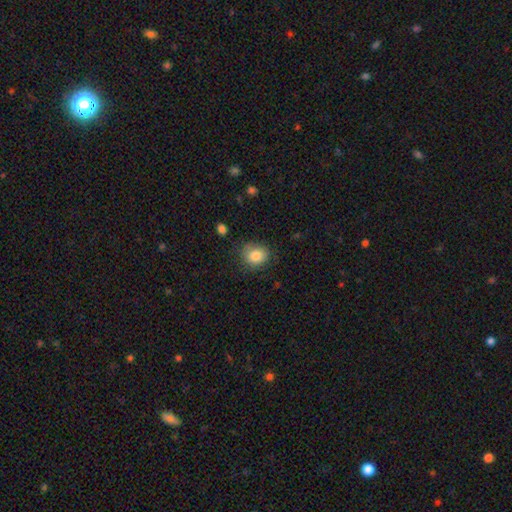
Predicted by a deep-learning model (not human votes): smooth_or_featured: smooth (p=0.84) [alt: star or artifact p=0.09]
how_rounded: round (p=0.67) [alt: in between p=0.32]
merging: none (p=0.77) [alt: minor disturbance p=0.17]